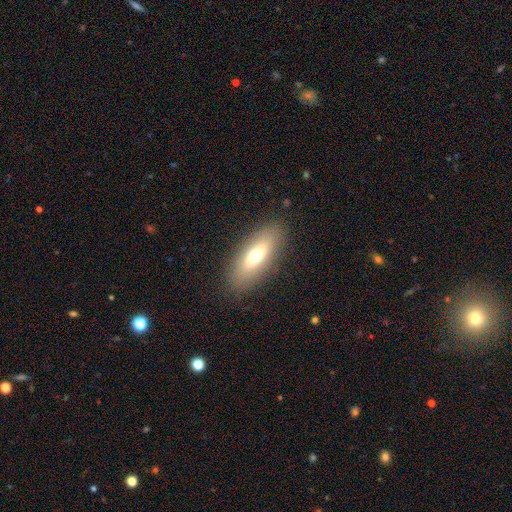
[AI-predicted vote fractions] The model was most divided on "smooth or featured": smooth: 64%, featured or disk: 28%, star or artifact: 8%. More confident: merging — none (87%); how rounded — in between (68%).